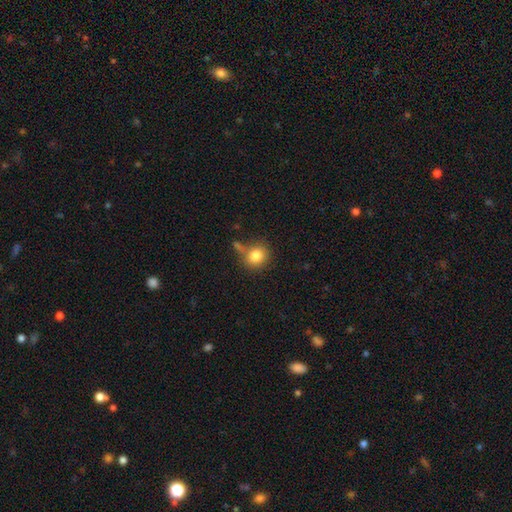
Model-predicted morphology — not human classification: This is clearly a smooth galaxy (82%). How rounded: likely round (79%). Merging: likely none (66%).